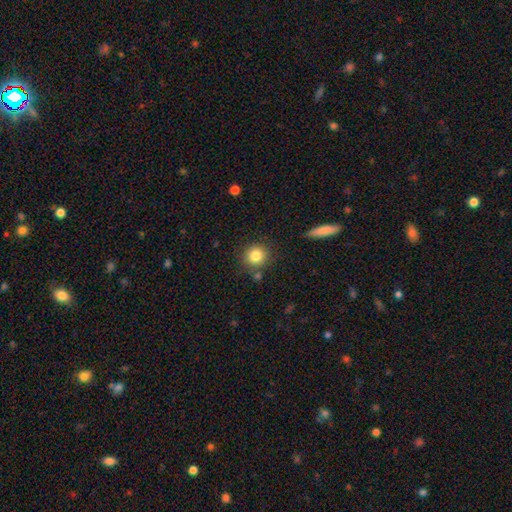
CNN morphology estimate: type=smooth (83%); roundness=round (90%); merging=none (82%).